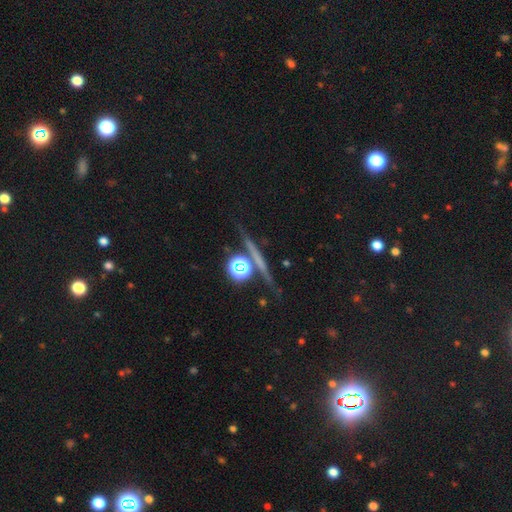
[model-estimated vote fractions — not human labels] This is marginally a featured or disk galaxy (40%). Merging: clearly none (82%).